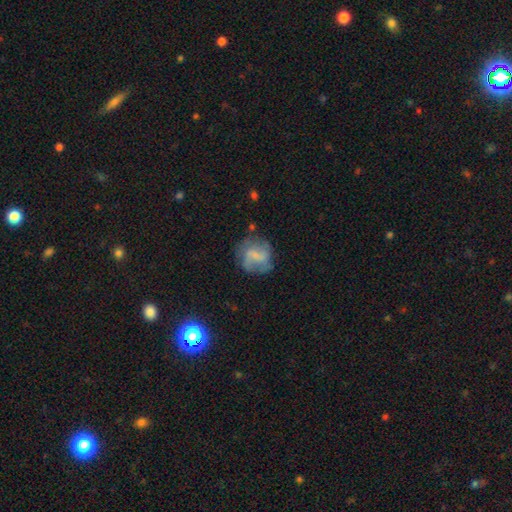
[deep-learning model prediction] smooth-or-featured: featured or disk: 52% | smooth: 39% | star or artifact: 9%
  disk-edge-on: no: 97% | yes: 3%
    bar: weak: 44% | no: 34% | strong: 22%
    has-spiral-arms: yes: 72% | no: 28%
    bulge-size: none: 44% | small: 34% | moderate: 17% | large: 3% | dominant: 1%
  merging: none: 59% | minor disturbance: 23% | major disturbance: 15% | merger: 3%